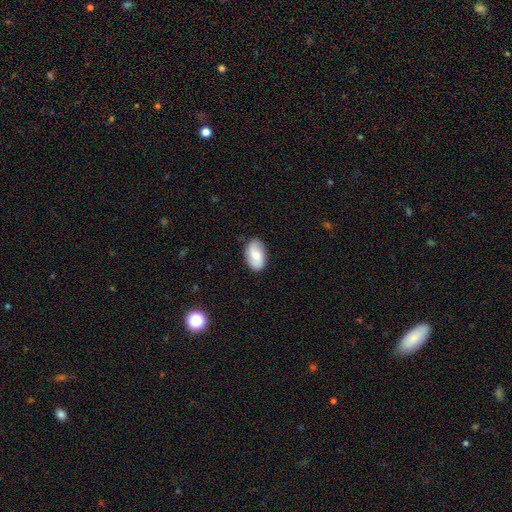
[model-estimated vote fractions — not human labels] Overall: smooth (69%). How rounded: in between (92%). Merging: none (84%).